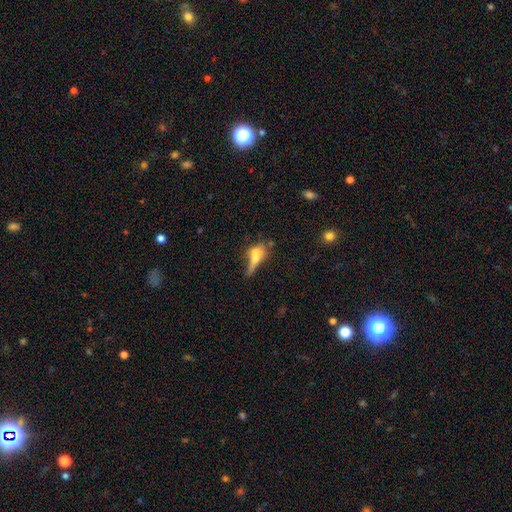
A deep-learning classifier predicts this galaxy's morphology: Smooth or featured: smooth — 51% (featured or disk — 37%)
How rounded: in between — 51% (cigar-shaped — 33%)
Merging: merger — 42% (none — 23%)